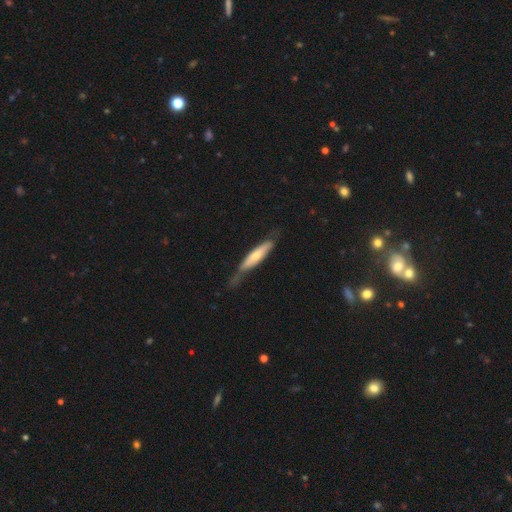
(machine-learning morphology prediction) Smooth or featured? Predicted: smooth (p=0.49). Merging? Predicted: none (p=0.51).